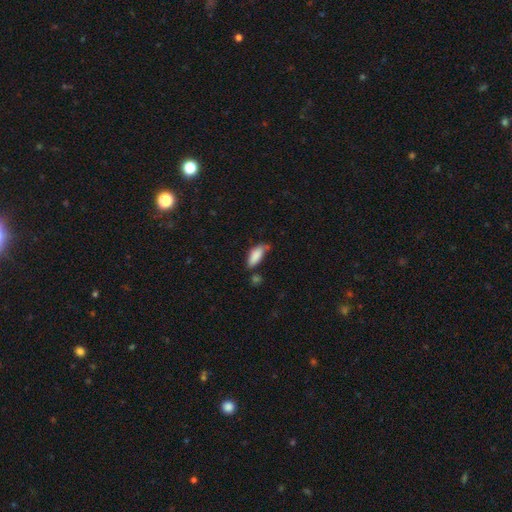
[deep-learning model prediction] A smooth galaxy with no disk features (85%) that is in between round and cigar-shaped (78%).

Vote fractions:
- Smooth or featured? smooth: 85% / featured or disk: 8% / star or artifact: 7%
- How rounded? in between: 78% / cigar-shaped: 20% / round: 2%
- Merging? none: 48% / minor disturbance: 33% / major disturbance: 10% / merger: 9%